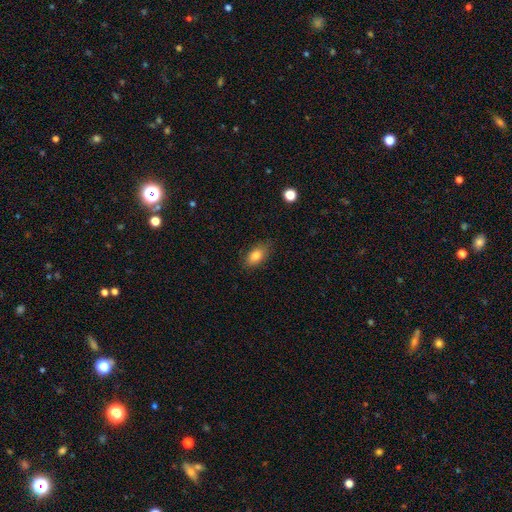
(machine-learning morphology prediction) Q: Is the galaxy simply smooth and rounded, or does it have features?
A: smooth — 82%.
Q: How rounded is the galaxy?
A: in between — 88%.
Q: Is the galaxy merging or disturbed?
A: none — 80%.